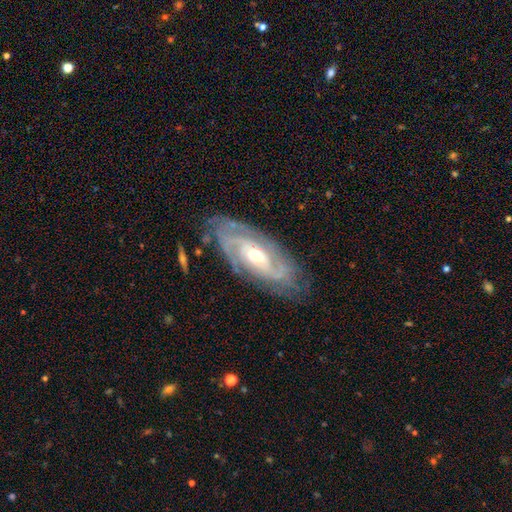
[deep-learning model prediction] This is clearly a featured or disk galaxy (87%). It is clearly not viewed edge-on (91%). Bar: possibly no (54%). Spiral arm pattern: clearly yes (96%). Spiral arm count: marginally 2 (44%). Spiral winding: likely tight (66%). Central bulge: likely moderate (62%). Merging: likely none (79%).